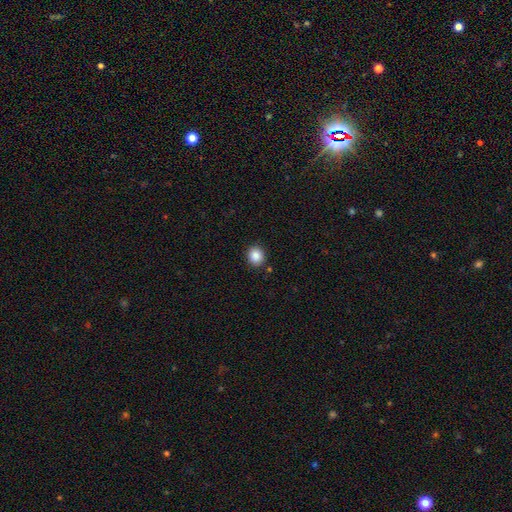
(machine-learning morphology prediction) smooth 87%, star or artifact 9%, featured or disk 4%. Down the decision tree: how rounded — round (79%); merging — none (89%).